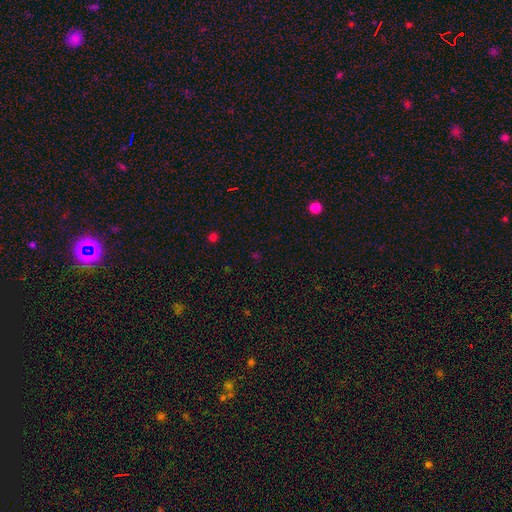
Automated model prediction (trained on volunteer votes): This appears to be a star or artifact, not a galaxy (59%).